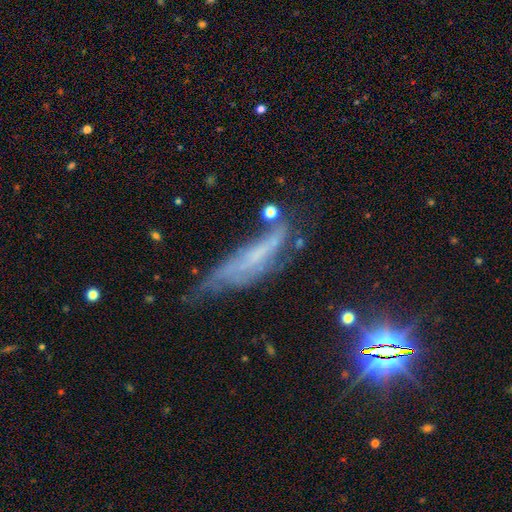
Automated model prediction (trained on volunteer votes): Q: Smooth or featured?
A: featured or disk (51%); runner-up: smooth (31%)
Q: Edge-on disk?
A: no (56%); runner-up: yes (44%)
Q: Merging?
A: none (34%); runner-up: minor disturbance (33%)